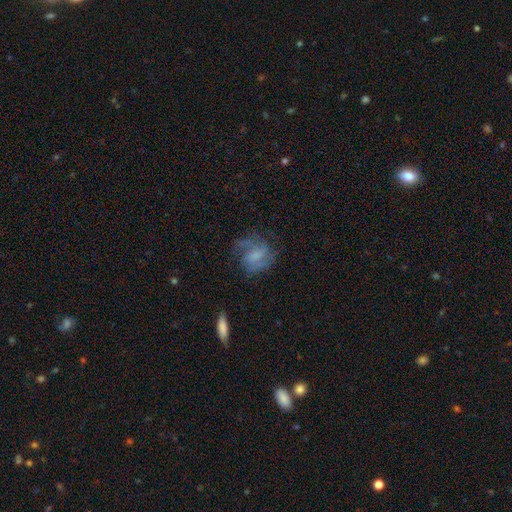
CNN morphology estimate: A featured or disk galaxy (59%) with no bar (49%), spiral arms (82%) and no central bulge (45%). Merging: none (56%).